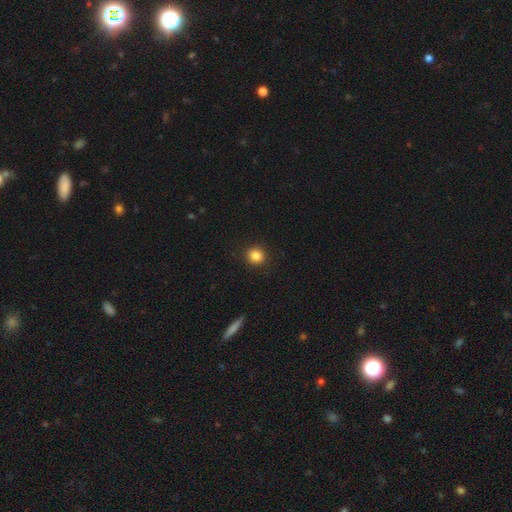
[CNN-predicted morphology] A smooth galaxy with no disk features (85%) that is round (87%).

Vote fractions:
- Smooth or featured? smooth: 85% / star or artifact: 11% / featured or disk: 4%
- How rounded? round: 87% / in between: 12% / cigar-shaped: 1%
- Merging? none: 91% / minor disturbance: 6% / major disturbance: 2% / merger: 1%